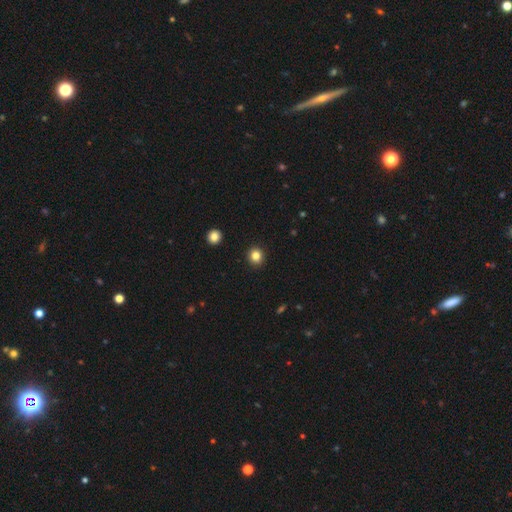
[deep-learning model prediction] smooth-or-featured: smooth: 83% | star or artifact: 12% | featured or disk: 5%
  how-rounded: round: 86% | in between: 13% | cigar-shaped: 1%
  merging: none: 92% | minor disturbance: 5% | major disturbance: 2% | merger: 1%